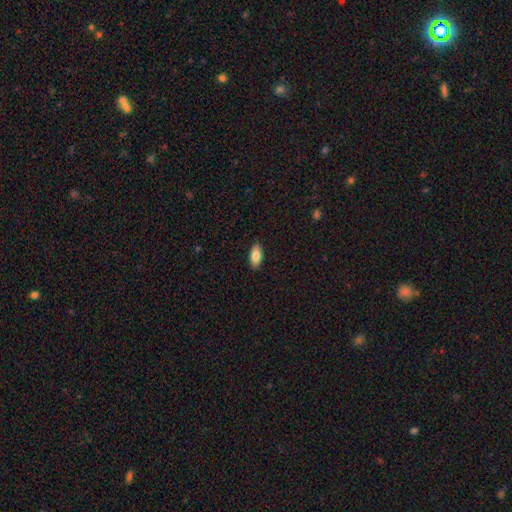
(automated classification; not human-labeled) Morphology: type=smooth (84%); roundness=in between (89%); merging=none (90%).